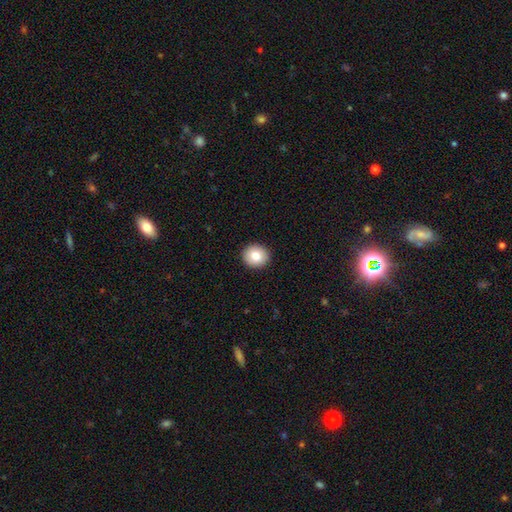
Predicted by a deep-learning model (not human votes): Morphology: type=smooth (82%); roundness=round (86%); merging=none (93%).